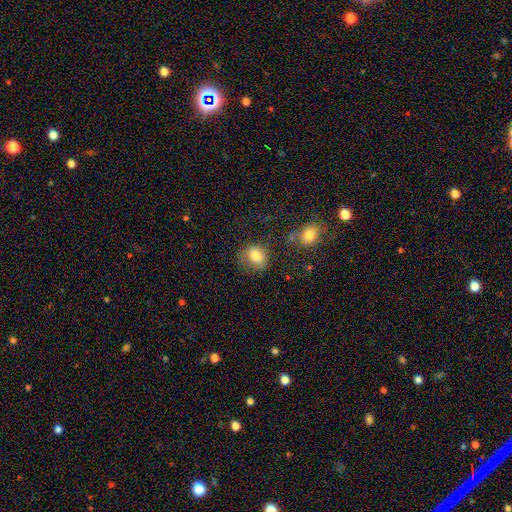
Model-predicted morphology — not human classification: Smooth or featured? Predicted: smooth (p=0.82). How rounded? Predicted: round (p=0.59). Merging? Predicted: none (p=0.59).